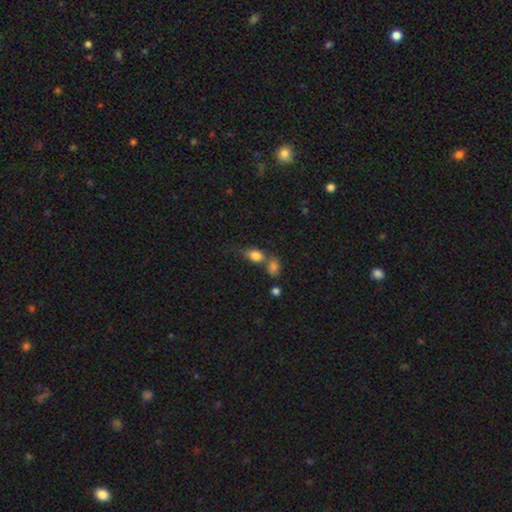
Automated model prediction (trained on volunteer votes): Morphology: type=smooth (82%); roundness=in between (70%); merging=merger (41%).